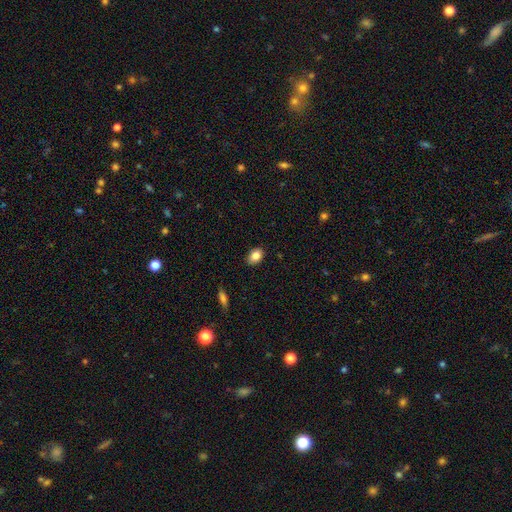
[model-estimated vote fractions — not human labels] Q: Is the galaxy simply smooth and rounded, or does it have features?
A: smooth — 83%.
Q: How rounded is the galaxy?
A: in between — 81%.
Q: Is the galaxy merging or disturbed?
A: none — 88%.